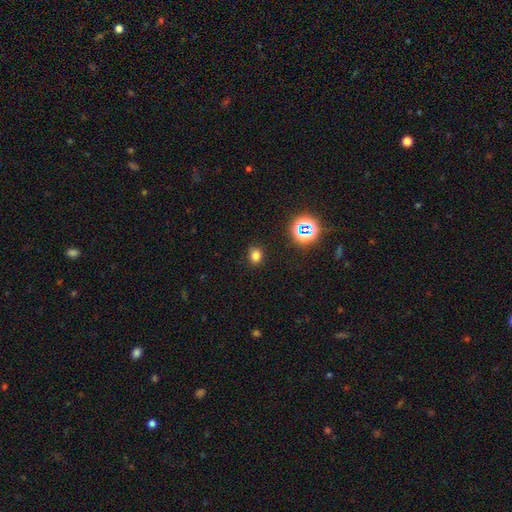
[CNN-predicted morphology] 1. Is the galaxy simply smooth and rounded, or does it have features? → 75% smooth, 20% star or artifact, 6% featured or disk.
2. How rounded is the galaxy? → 62% round, 37% in between, 1% cigar-shaped.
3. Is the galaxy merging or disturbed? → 86% none, 10% minor disturbance, 3% major disturbance, 1% merger.